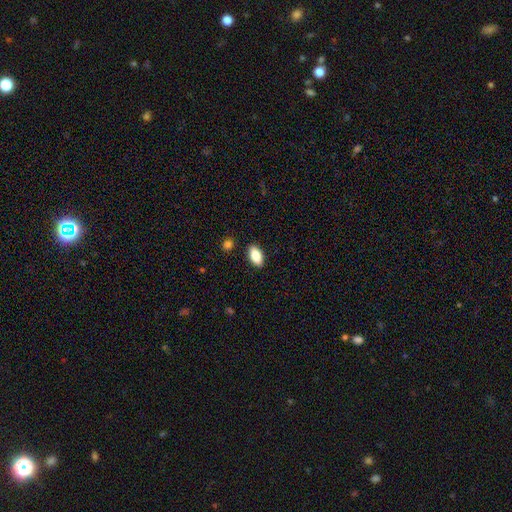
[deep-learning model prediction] This appears to be a smooth galaxy with no disk features (83%) that is in between round and cigar-shaped (91%). Merging: none (88%).